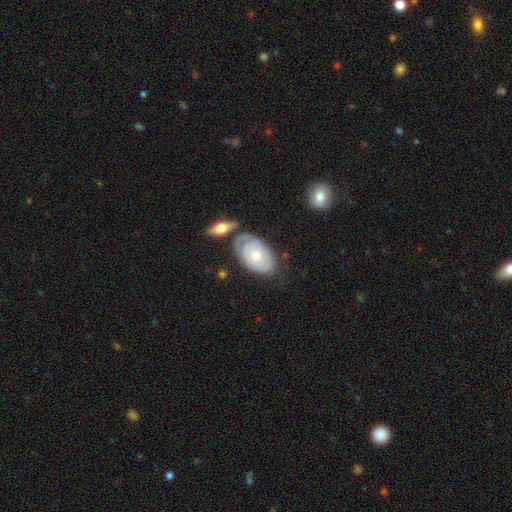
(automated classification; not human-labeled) Smooth or featured? featured or disk (57%)
Edge-on disk? no (92%)
Bar? no (87%)
Spiral arms? yes (55%)
Bulge size? moderate (51%)
Merging? none (54%)